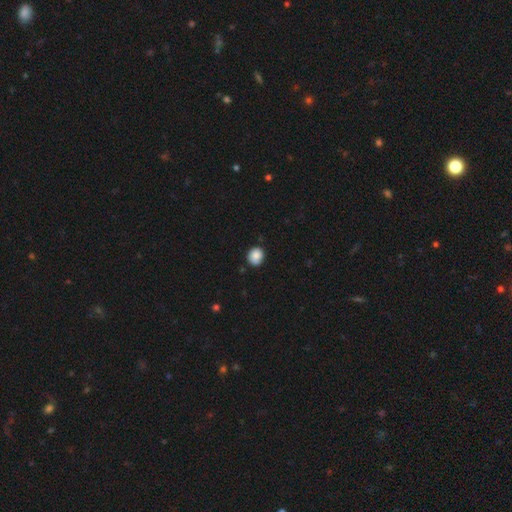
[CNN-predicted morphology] This appears to be a smooth galaxy with no disk features (86%) that is round (77%). Merging: none (79%).